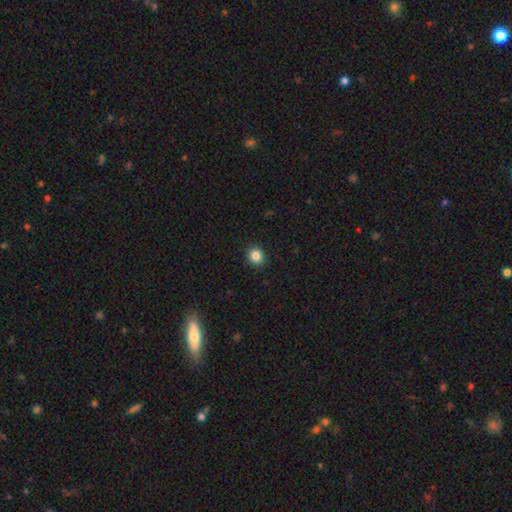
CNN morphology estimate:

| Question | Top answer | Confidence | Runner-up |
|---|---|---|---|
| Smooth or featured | smooth | 85% | star or artifact (11%) |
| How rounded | round | 79% | in between (20%) |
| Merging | none | 91% | minor disturbance (6%) |